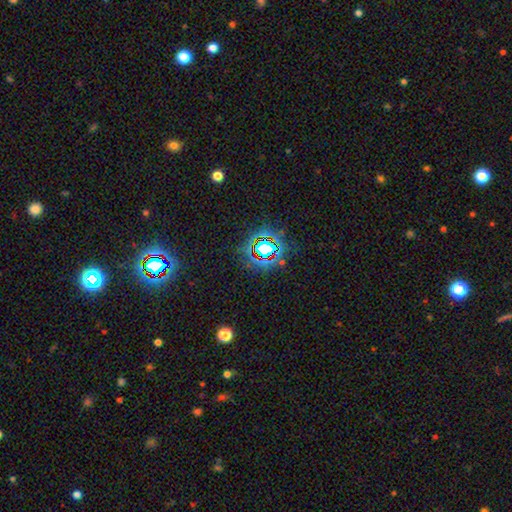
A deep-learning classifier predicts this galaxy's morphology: Smooth or featured? Predicted: star or artifact (p=0.79).